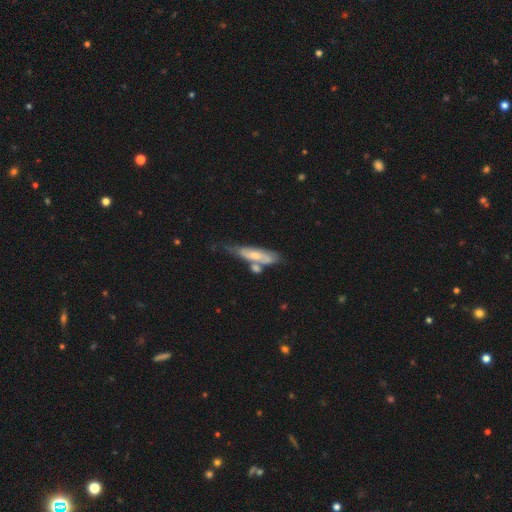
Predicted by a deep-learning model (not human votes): This appears to be a smooth galaxy with no disk features (50%). Merging: merger (34%).